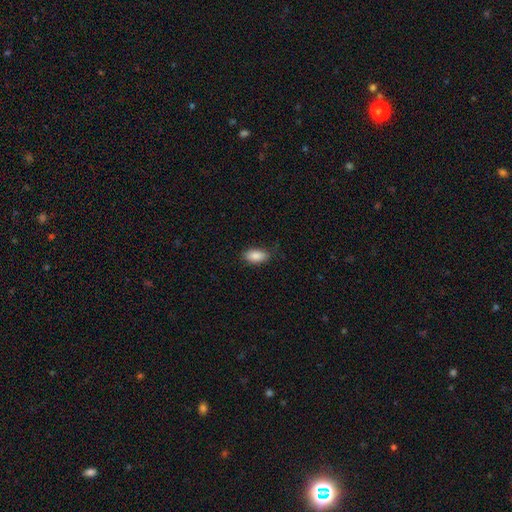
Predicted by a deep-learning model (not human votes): Morphology: type=smooth (88%); roundness=in between (92%); merging=none (81%).